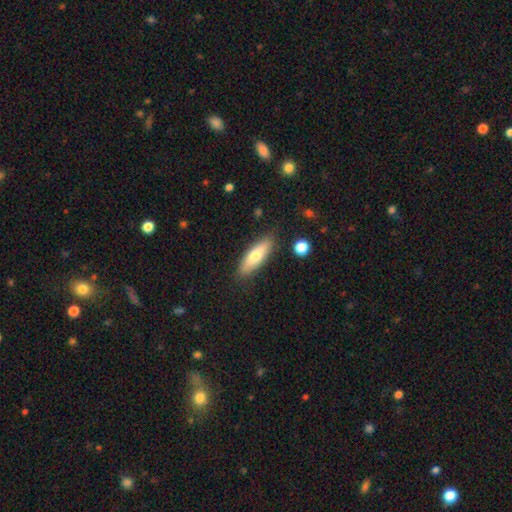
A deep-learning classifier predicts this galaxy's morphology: This is likely a smooth galaxy (68%). How rounded: possibly in between (50%). Merging: clearly none (85%).